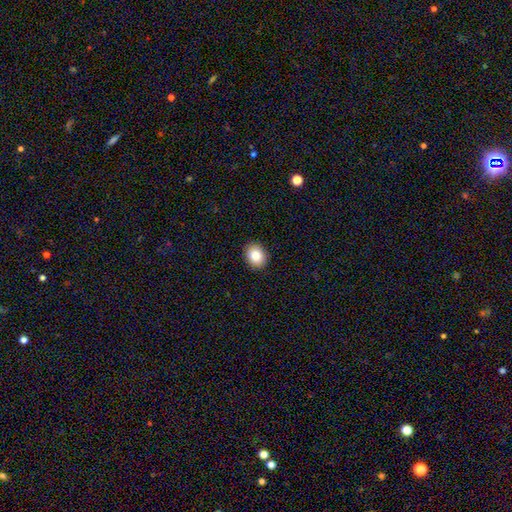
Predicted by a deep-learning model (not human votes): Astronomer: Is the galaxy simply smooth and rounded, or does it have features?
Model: smooth — 85%.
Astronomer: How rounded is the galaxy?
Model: round — 51% (runner-up: in between, 48%).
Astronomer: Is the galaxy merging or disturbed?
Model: none — 91%.